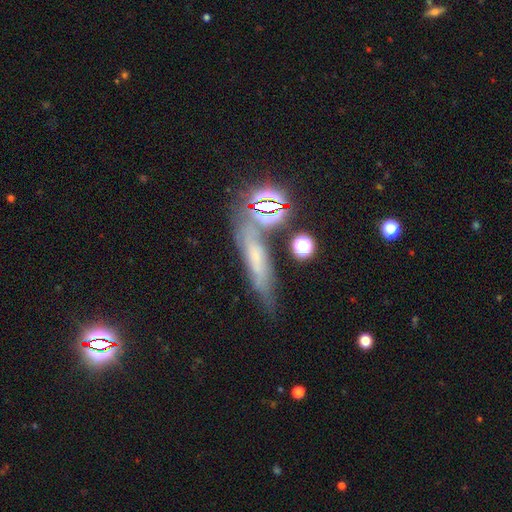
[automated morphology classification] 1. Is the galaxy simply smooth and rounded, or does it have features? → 38% smooth, 32% featured or disk, 30% star or artifact.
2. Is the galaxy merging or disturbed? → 63% none, 19% minor disturbance, 9% merger, 9% major disturbance.